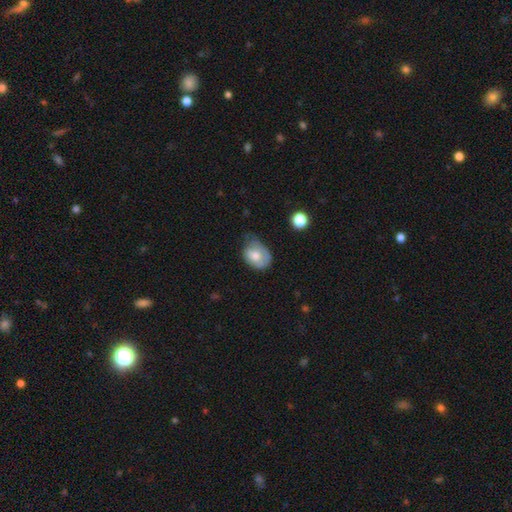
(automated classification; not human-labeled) Smooth or featured?
  - smooth: 61% *
  - featured or disk: 32%
  - star or artifact: 7%
How rounded?
  - in between: 71% *
  - round: 28%
  - cigar-shaped: 1%
Merging?
  - minor disturbance: 42% *
  - none: 32%
  - major disturbance: 23%
  - merger: 2%